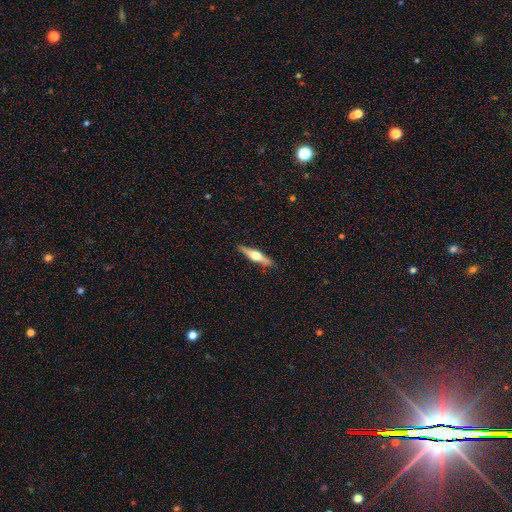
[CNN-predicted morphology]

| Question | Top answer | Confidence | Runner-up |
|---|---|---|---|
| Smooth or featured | featured or disk | 66% | smooth (29%) |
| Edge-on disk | yes | 97% | no (3%) |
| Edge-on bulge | rounded | 94% | boxy (4%) |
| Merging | none | 89% | minor disturbance (8%) |